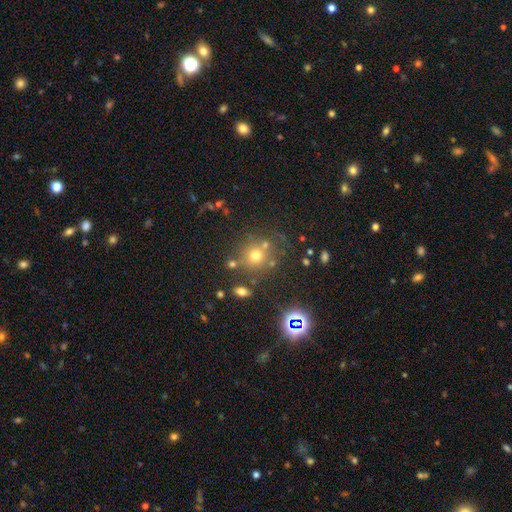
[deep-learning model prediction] This appears to be a smooth galaxy with no disk features (66%) that is round (88%). Merging: none (68%).